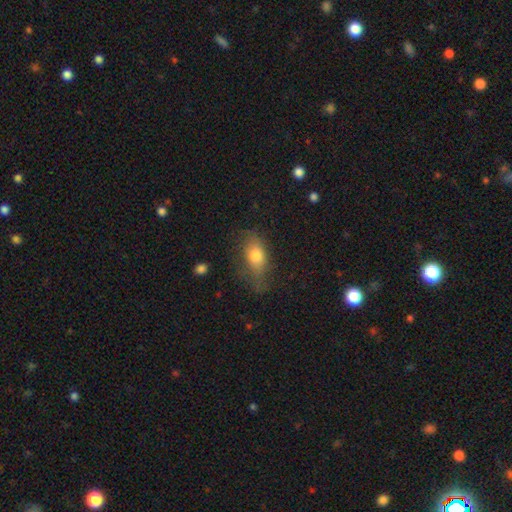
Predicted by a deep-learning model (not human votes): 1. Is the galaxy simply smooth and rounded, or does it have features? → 74% smooth, 17% featured or disk, 9% star or artifact.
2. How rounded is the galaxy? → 83% in between, 10% round, 7% cigar-shaped.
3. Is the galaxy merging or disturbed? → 49% none, 29% minor disturbance, 19% major disturbance, 2% merger.